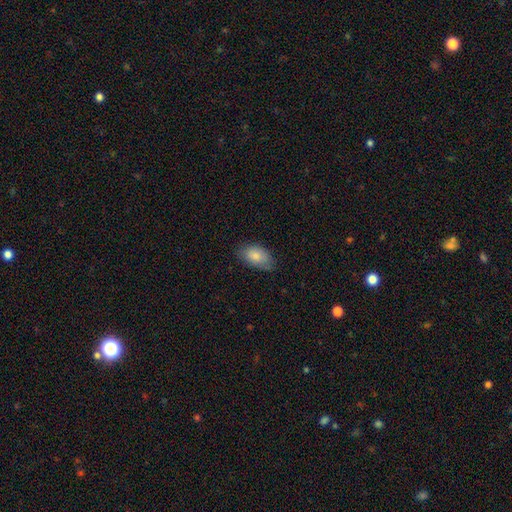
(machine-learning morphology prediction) Smooth or featured? smooth (84%)
How rounded? in between (92%)
Merging? none (73%)